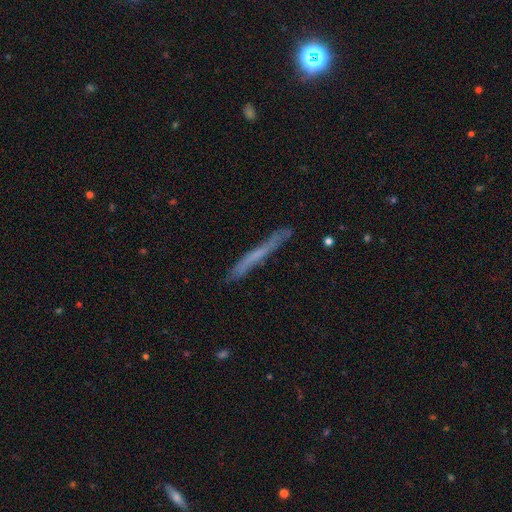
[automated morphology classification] The model was most divided on "smooth or featured": featured or disk: 47%, smooth: 46%, star or artifact: 7%. More confident: merging — none (83%).